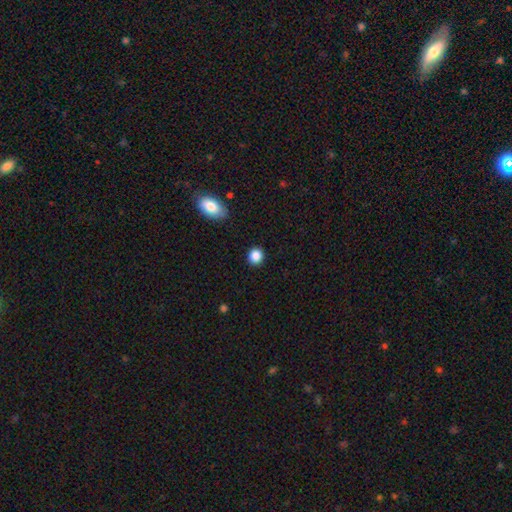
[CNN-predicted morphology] Smooth or featured? smooth (87%)
How rounded? round (86%)
Merging? none (91%)